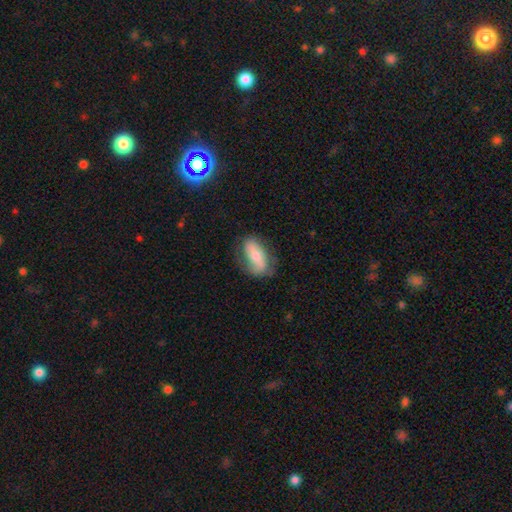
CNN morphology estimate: Overall: smooth (56%; featured or disk 37%). How rounded: in between (86%). Merging: none (66%).